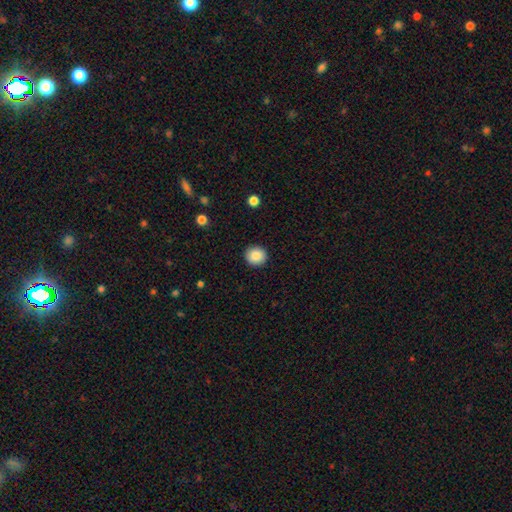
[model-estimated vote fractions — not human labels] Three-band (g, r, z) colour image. It shows a smooth galaxy with no disk features (88%) that is round (91%). Merging: none (92%).